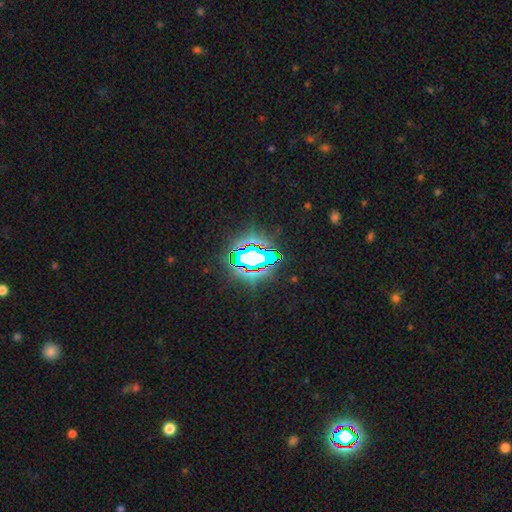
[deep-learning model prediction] smooth_or_featured: star or artifact (p=0.68) [alt: smooth p=0.18]